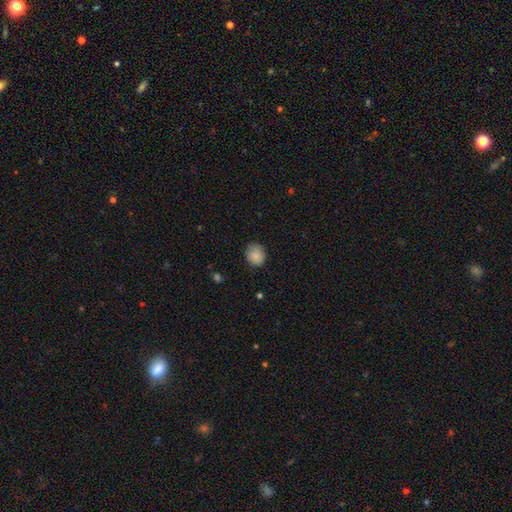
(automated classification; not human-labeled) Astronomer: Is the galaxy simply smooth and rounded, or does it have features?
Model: smooth — 87%.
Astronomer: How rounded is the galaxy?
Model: round — 77%.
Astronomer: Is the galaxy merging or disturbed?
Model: none — 80%.